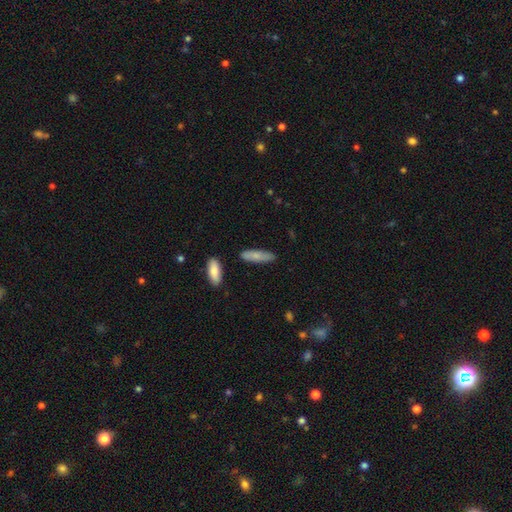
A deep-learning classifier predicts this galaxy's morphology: Smooth or featured: smooth — 76% (featured or disk — 18%)
How rounded: cigar-shaped — 64% (in between — 34%)
Merging: none — 80% (minor disturbance — 14%)